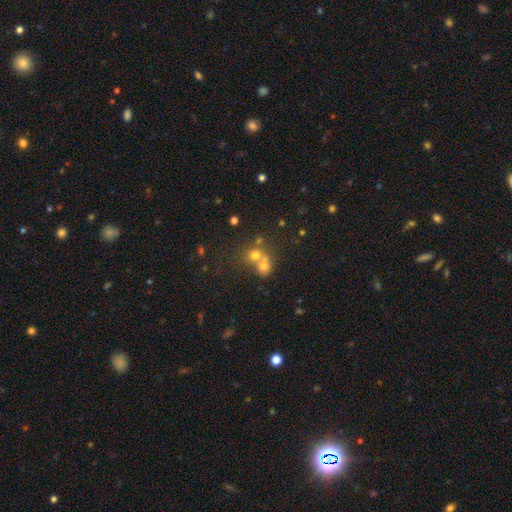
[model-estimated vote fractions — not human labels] Smooth or featured? smooth (57%)
How rounded? round (73%)
Merging? merger (60%)